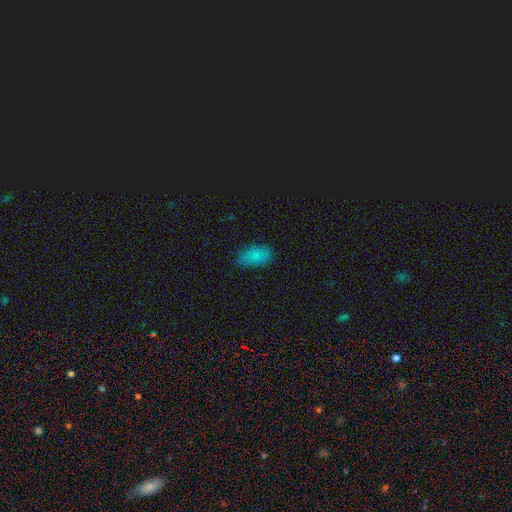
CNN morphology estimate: The model was most divided on "merging": none: 77%, minor disturbance: 18%, major disturbance: 4%, merger: 1%. More confident: how rounded — in between (93%); smooth or featured — smooth (82%).